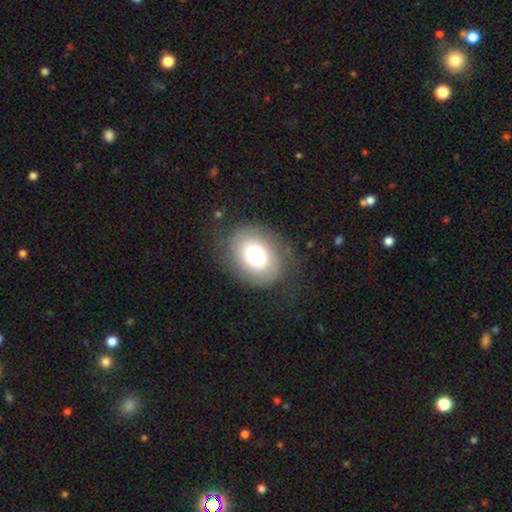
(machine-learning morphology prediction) Smooth or featured? Predicted: smooth (p=0.66). How rounded? Predicted: in between (p=0.54). Merging? Predicted: none (p=0.74).